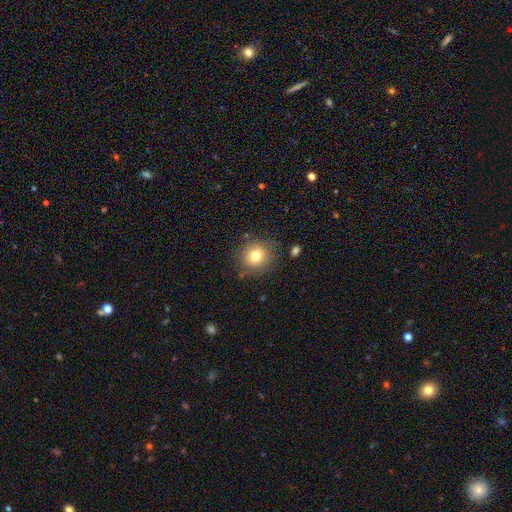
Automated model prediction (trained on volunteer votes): smooth 77%, star or artifact 12%, featured or disk 11%. Down the decision tree: how rounded — round (89%); merging — none (83%).